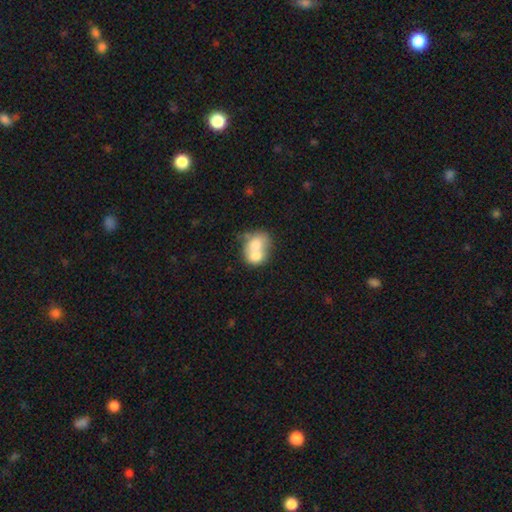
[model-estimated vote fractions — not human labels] Smooth or featured: smooth — 67% (featured or disk — 25%)
How rounded: round — 50% (in between — 49%)
Merging: merger — 72% (none — 18%)